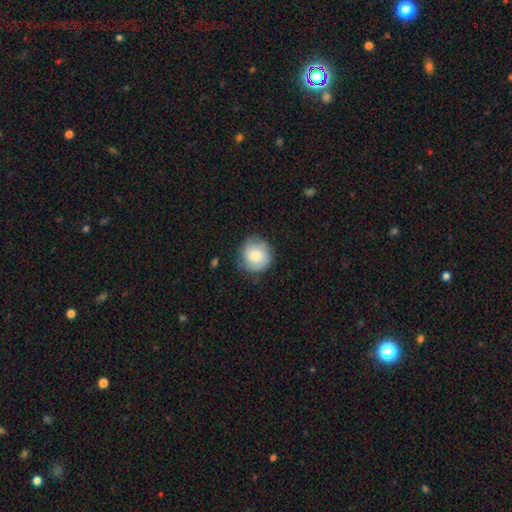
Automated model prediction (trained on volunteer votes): Q: Smooth or featured?
A: smooth (69%); runner-up: featured or disk (23%)
Q: How rounded?
A: round (88%); runner-up: in between (11%)
Q: Merging?
A: none (76%); runner-up: minor disturbance (18%)